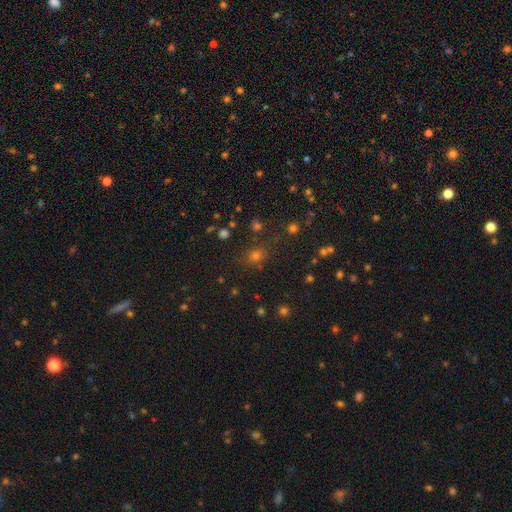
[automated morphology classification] This appears to be a smooth galaxy with no disk features (59%) that is round (71%). Merging: none (79%).